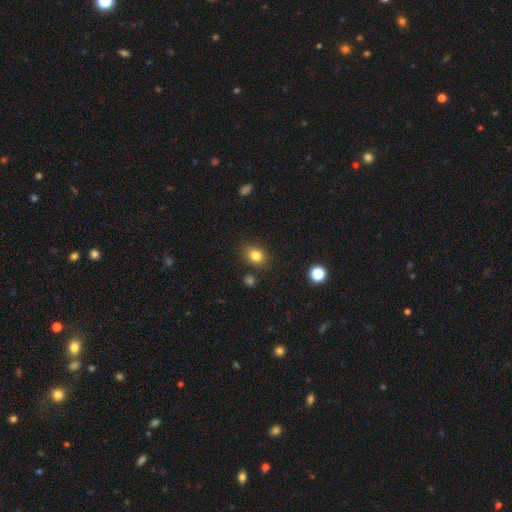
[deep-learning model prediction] smooth-or-featured: smooth: 82% | star or artifact: 12% | featured or disk: 6%
  how-rounded: round: 55% | in between: 44% | cigar-shaped: 1%
  merging: none: 83% | minor disturbance: 11% | merger: 3% | major disturbance: 3%